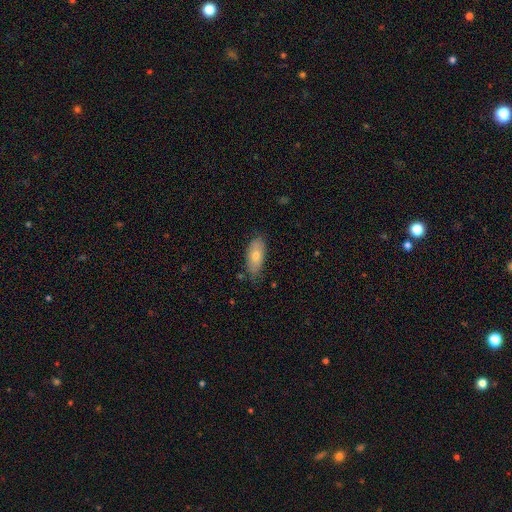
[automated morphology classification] This appears to be a smooth galaxy with no disk features (67%) that is in between round and cigar-shaped (83%). Merging: none (78%).